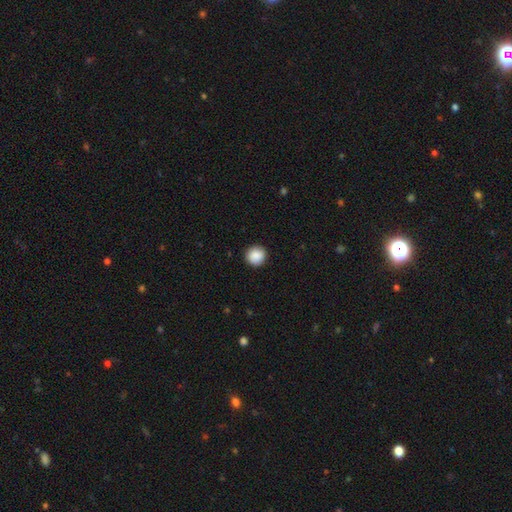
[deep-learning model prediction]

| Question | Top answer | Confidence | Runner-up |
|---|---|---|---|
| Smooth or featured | smooth | 89% | star or artifact (8%) |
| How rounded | round | 93% | in between (6%) |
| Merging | none | 91% | minor disturbance (6%) |